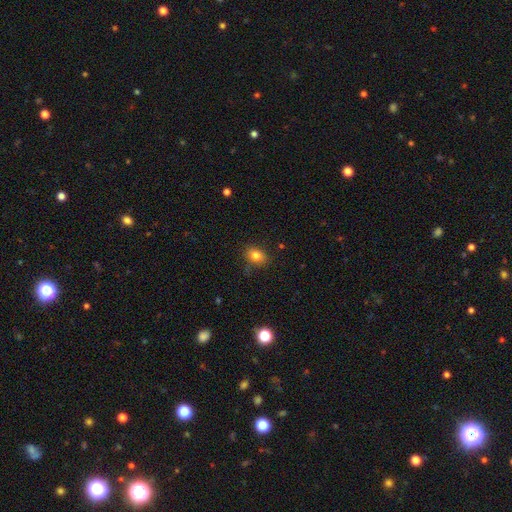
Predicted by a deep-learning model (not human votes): Smooth or featured?
  - smooth: 81% *
  - star or artifact: 12%
  - featured or disk: 8%
How rounded?
  - in between: 63% *
  - round: 36%
  - cigar-shaped: 1%
Merging?
  - none: 77% *
  - minor disturbance: 17%
  - major disturbance: 4%
  - merger: 2%